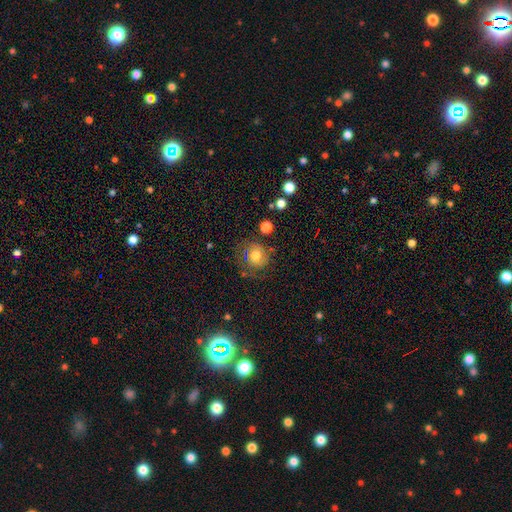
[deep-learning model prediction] The model was most divided on "merging": none: 58%, minor disturbance: 22%, major disturbance: 17%, merger: 4%. More confident: how rounded — round (82%); smooth or featured — smooth (64%).